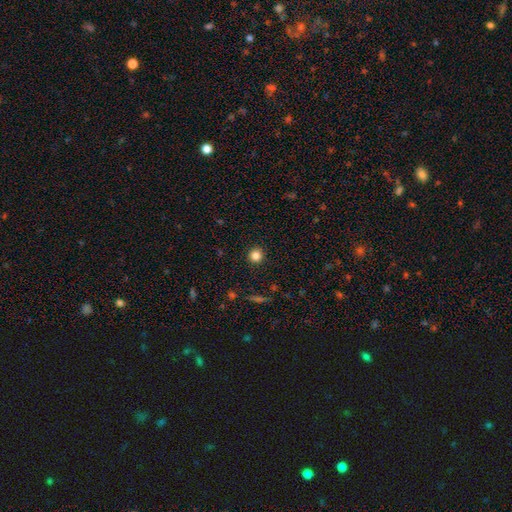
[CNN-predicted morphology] Smooth or featured? Predicted: smooth (p=0.84). How rounded? Predicted: round (p=0.93). Merging? Predicted: none (p=0.92).